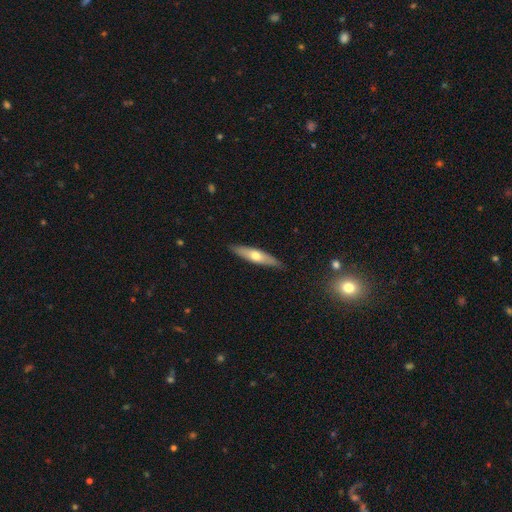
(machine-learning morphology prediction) A smooth galaxy with no disk features (50%).

Vote fractions:
- Smooth or featured? smooth: 50% / featured or disk: 45% / star or artifact: 5%
- Merging? none: 86% / minor disturbance: 11% / major disturbance: 2% / merger: 1%